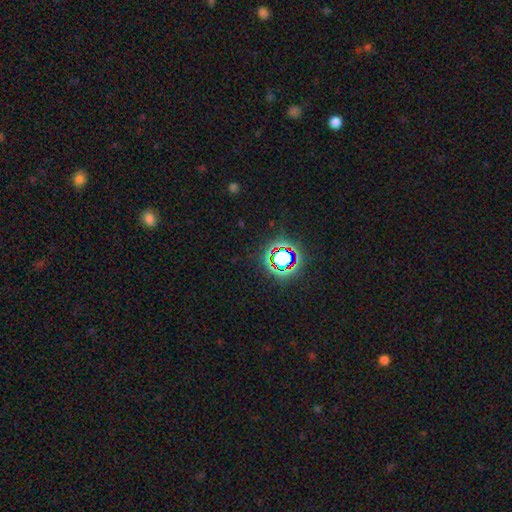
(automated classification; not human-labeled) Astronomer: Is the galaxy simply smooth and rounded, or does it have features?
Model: star or artifact — 77%.